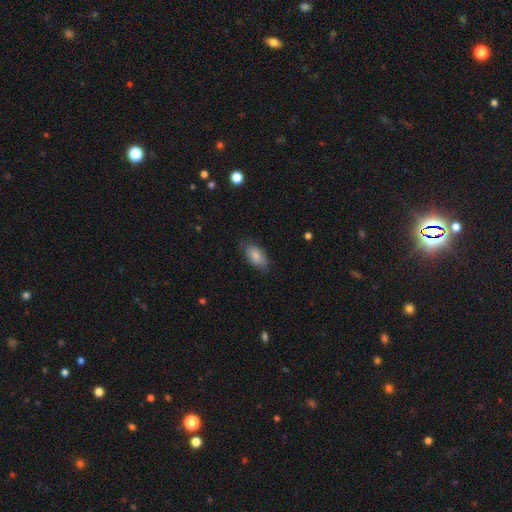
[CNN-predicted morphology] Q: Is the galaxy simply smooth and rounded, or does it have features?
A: smooth — 84%.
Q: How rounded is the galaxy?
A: in between — 92%.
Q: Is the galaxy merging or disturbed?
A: none — 77%.